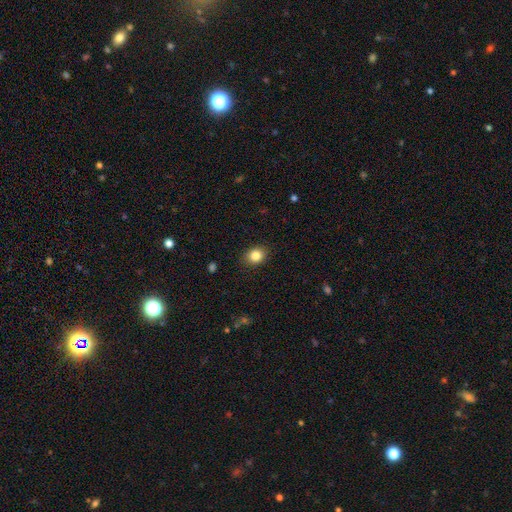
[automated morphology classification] Q: Smooth or featured?
A: smooth (85%); runner-up: star or artifact (10%)
Q: How rounded?
A: round (56%); runner-up: in between (43%)
Q: Merging?
A: none (88%); runner-up: minor disturbance (9%)